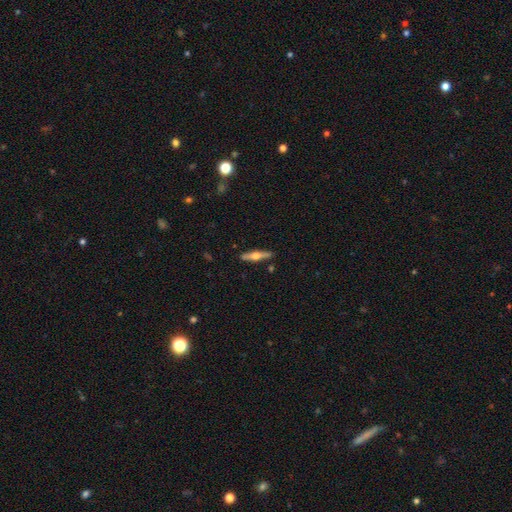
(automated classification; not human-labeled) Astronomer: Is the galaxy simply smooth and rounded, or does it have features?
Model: featured or disk — 62%.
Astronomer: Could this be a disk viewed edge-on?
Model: yes — 96%.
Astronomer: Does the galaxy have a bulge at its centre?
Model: rounded — 94%.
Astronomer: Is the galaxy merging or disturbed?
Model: none — 88%.